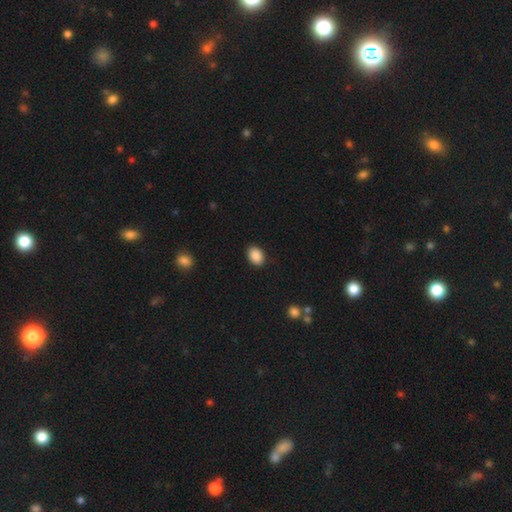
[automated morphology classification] A smooth galaxy with no disk features (89%) that is in between round and cigar-shaped (76%).

Vote fractions:
- Smooth or featured? smooth: 89% / star or artifact: 8% / featured or disk: 3%
- How rounded? in between: 76% / round: 23% / cigar-shaped: 1%
- Merging? none: 90% / minor disturbance: 7% / major disturbance: 2% / merger: 1%